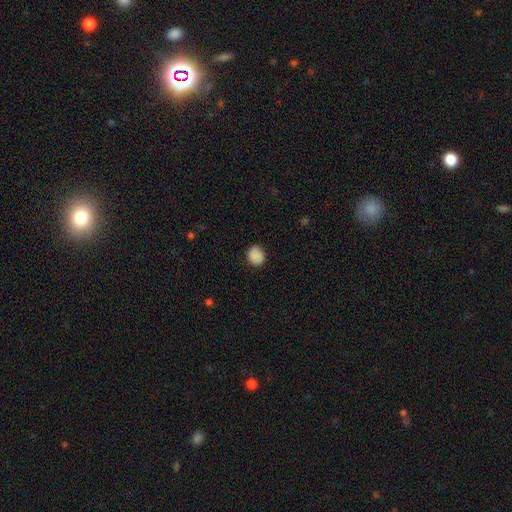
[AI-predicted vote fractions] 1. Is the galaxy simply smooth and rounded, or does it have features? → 87% smooth, 8% star or artifact, 4% featured or disk.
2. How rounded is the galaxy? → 70% round, 29% in between, 1% cigar-shaped.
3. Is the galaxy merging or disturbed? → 83% none, 13% minor disturbance, 3% major disturbance, 1% merger.